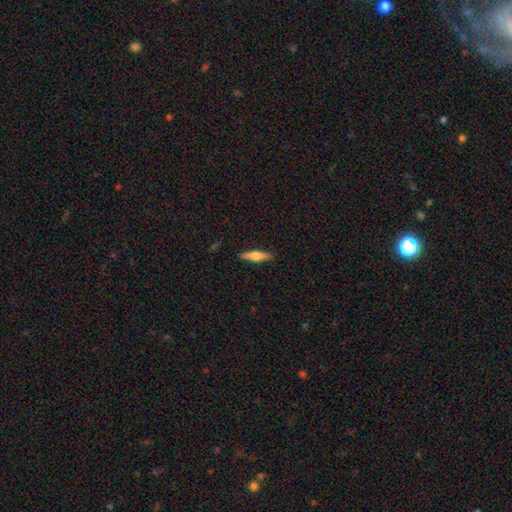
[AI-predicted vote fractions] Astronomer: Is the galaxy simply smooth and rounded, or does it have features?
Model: featured or disk — 52% (runner-up: smooth, 42%).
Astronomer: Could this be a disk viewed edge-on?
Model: yes — 95%.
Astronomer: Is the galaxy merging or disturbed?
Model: none — 90%.